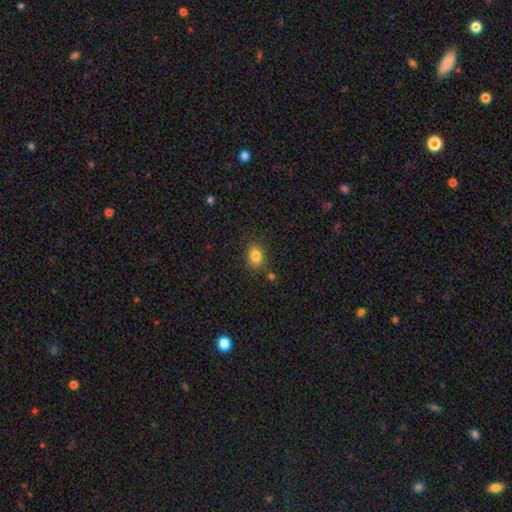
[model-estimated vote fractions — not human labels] This is clearly a smooth galaxy (83%). How rounded: likely in between (62%). Merging: likely none (80%).